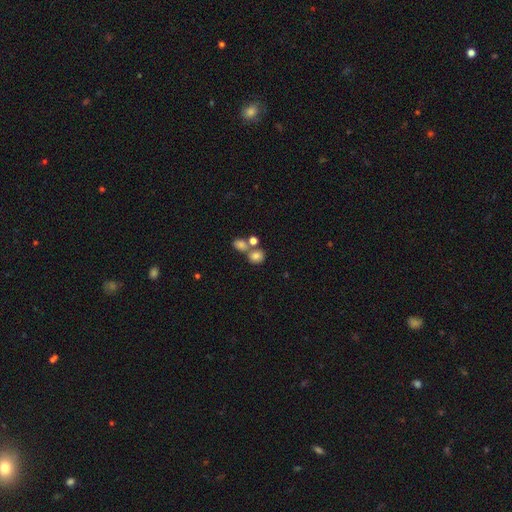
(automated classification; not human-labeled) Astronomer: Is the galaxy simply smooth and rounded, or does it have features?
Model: smooth — 77%.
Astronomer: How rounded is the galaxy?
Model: round — 64%.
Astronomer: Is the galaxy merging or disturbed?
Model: merger — 44% (runner-up: none, 41%).